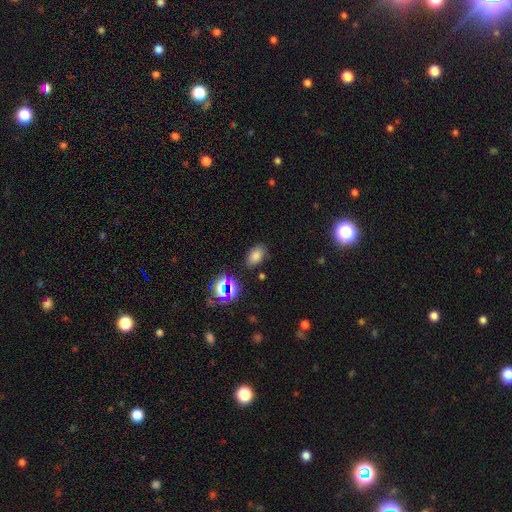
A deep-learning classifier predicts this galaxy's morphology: A smooth galaxy with no disk features (74%) that is in between round and cigar-shaped (86%).

Vote fractions:
- Smooth or featured? smooth: 74% / star or artifact: 19% / featured or disk: 7%
- How rounded? in between: 86% / round: 12% / cigar-shaped: 1%
- Merging? none: 81% / minor disturbance: 12% / major disturbance: 4% / merger: 3%